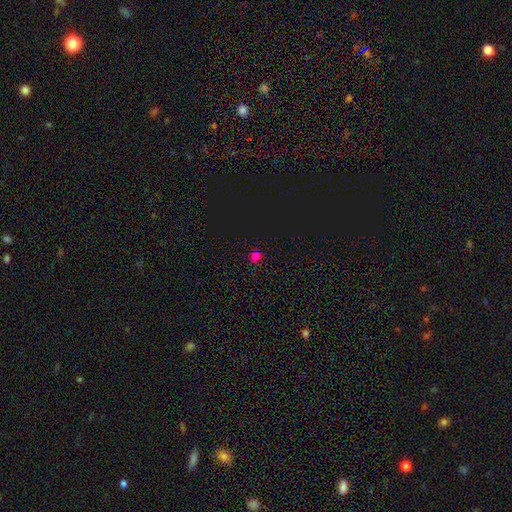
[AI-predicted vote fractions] The model was most divided on "smooth or featured": smooth: 52%, star or artifact: 43%, featured or disk: 5%. More confident: merging — none (78%); how rounded — round (58%).